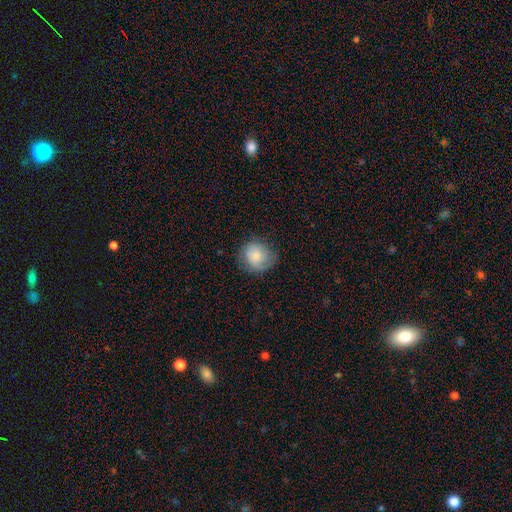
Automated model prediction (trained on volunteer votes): Morphology: type=smooth (70%); roundness=round (76%); merging=none (65%).